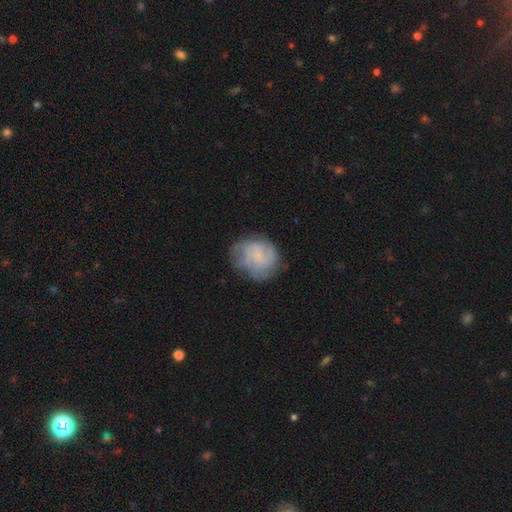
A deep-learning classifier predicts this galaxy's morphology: A smooth galaxy with no disk features (50%). Merging: none (66%).